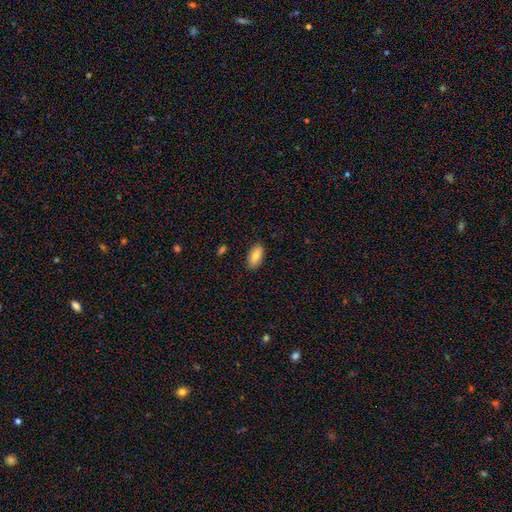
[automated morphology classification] A smooth galaxy with no disk features (81%) that is in between round and cigar-shaped (92%).

Vote fractions:
- Smooth or featured? smooth: 81% / featured or disk: 12% / star or artifact: 7%
- How rounded? in between: 92% / cigar-shaped: 6% / round: 3%
- Merging? none: 87% / minor disturbance: 10% / major disturbance: 2% / merger: 1%